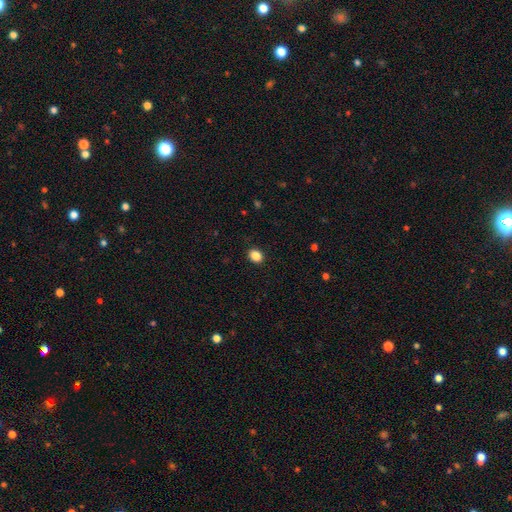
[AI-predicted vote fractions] Smooth or featured? Predicted: smooth (p=0.87). How rounded? Predicted: round (p=0.52). Merging? Predicted: none (p=0.90).